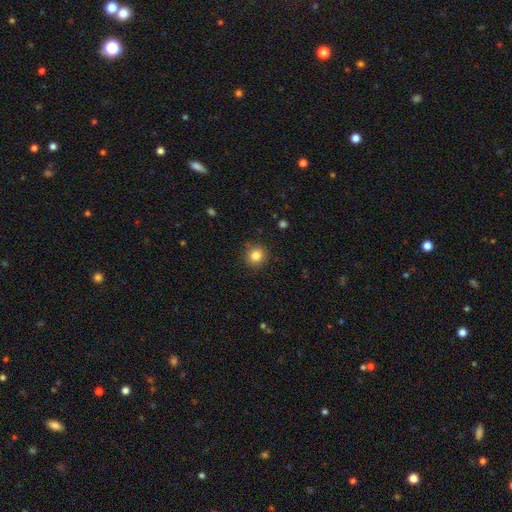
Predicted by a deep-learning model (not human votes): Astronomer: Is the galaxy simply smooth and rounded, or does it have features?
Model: smooth — 84%.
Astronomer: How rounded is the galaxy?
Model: round — 90%.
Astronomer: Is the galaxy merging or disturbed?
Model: none — 88%.